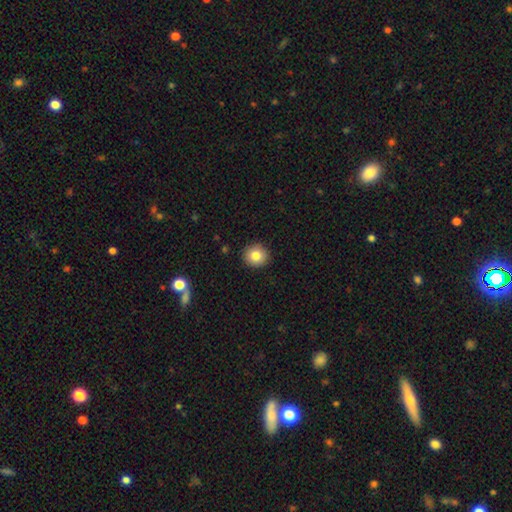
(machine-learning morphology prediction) This is clearly a smooth galaxy (83%). How rounded: clearly round (90%). Merging: clearly none (92%).